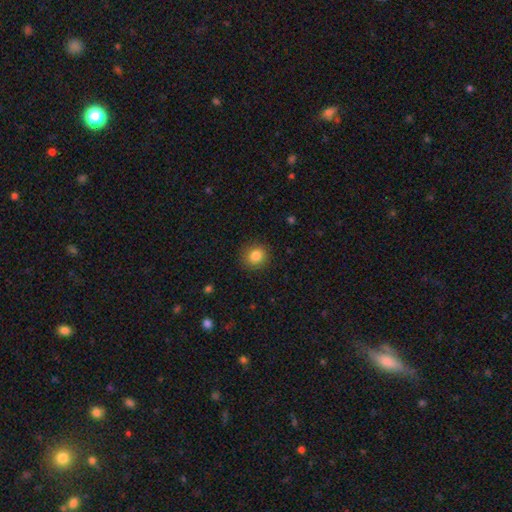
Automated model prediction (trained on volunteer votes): This appears to be a smooth galaxy with no disk features (84%) that is round (80%). Merging: none (89%).